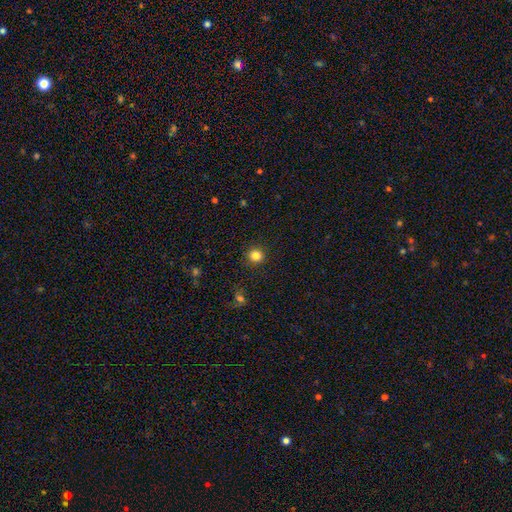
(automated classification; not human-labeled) Q: Smooth or featured?
A: smooth (83%); runner-up: star or artifact (12%)
Q: How rounded?
A: round (92%); runner-up: in between (7%)
Q: Merging?
A: none (92%); runner-up: minor disturbance (5%)